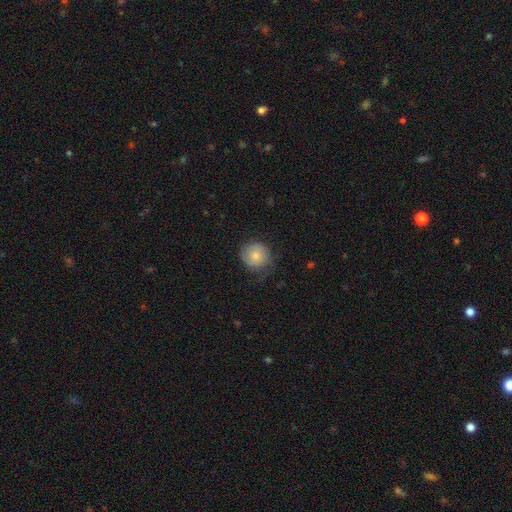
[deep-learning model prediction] A smooth galaxy with no disk features (67%) that is round (87%).

Vote fractions:
- Smooth or featured? smooth: 67% / featured or disk: 27% / star or artifact: 7%
- How rounded? round: 87% / in between: 12% / cigar-shaped: 1%
- Merging? none: 60% / minor disturbance: 27% / major disturbance: 12% / merger: 1%